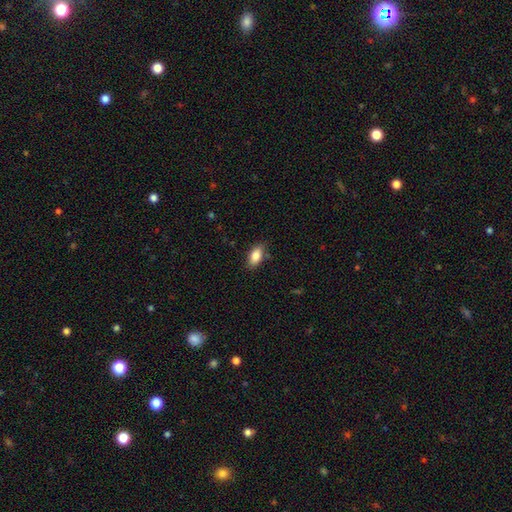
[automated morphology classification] smooth_or_featured: smooth (p=0.85) [alt: featured or disk p=0.08]
how_rounded: in between (p=0.90) [alt: cigar-shaped p=0.06]
merging: none (p=0.79) [alt: minor disturbance p=0.16]